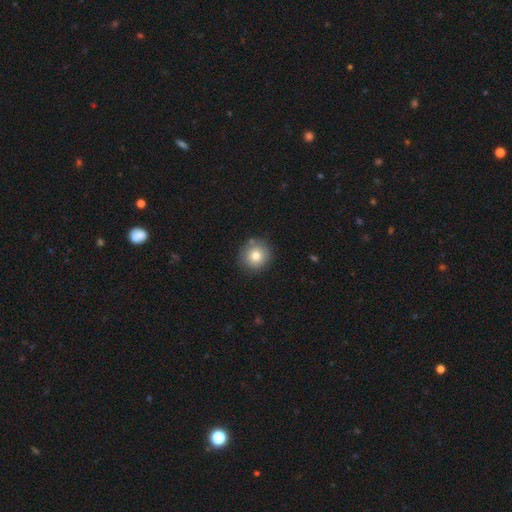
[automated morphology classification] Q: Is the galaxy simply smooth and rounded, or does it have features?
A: smooth — 79%.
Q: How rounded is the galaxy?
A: round — 93%.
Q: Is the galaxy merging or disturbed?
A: none — 86%.